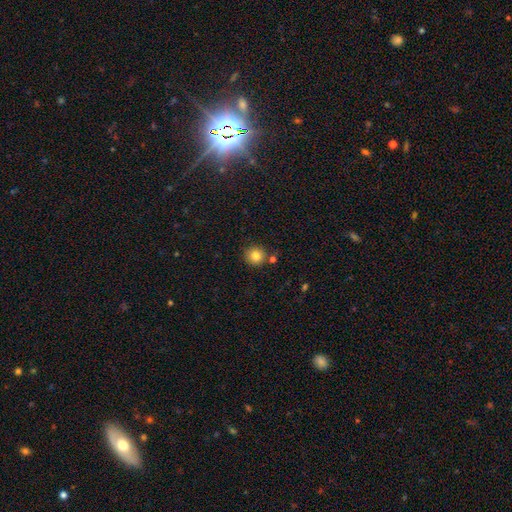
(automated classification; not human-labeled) The model was most divided on "merging": none: 79%, merger: 10%, minor disturbance: 9%, major disturbance: 2%. More confident: how rounded — round (92%); smooth or featured — smooth (82%).